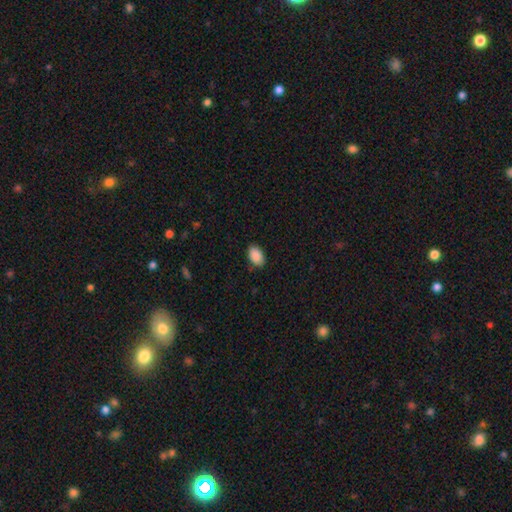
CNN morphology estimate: Q: Smooth or featured?
A: smooth (90%); runner-up: star or artifact (7%)
Q: How rounded?
A: in between (92%); runner-up: round (7%)
Q: Merging?
A: none (87%); runner-up: minor disturbance (10%)